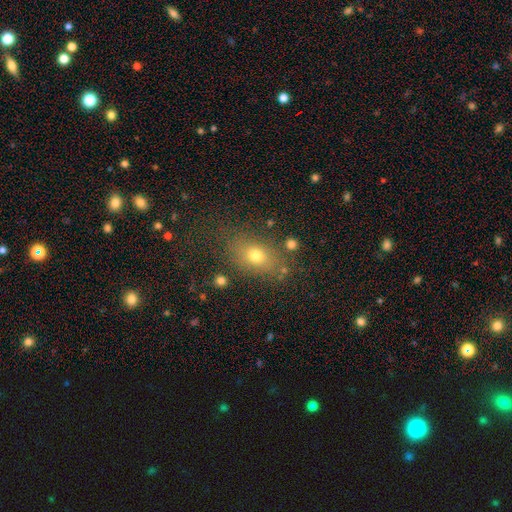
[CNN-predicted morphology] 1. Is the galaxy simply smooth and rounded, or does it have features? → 71% smooth, 14% featured or disk, 14% star or artifact.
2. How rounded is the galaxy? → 71% in between, 26% round, 3% cigar-shaped.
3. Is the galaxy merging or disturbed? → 73% none, 15% minor disturbance, 8% major disturbance, 4% merger.